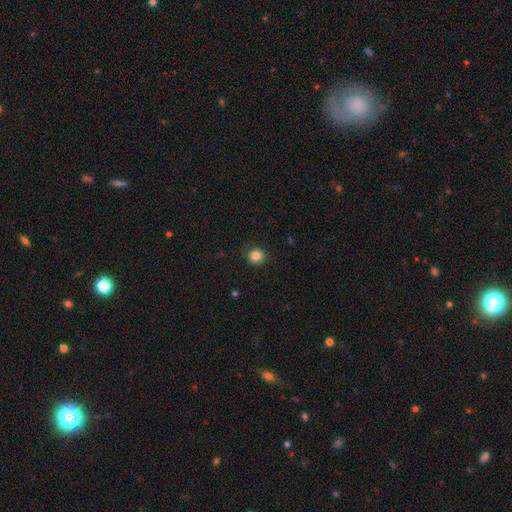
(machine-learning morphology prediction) Smooth or featured? Predicted: smooth (p=0.85). How rounded? Predicted: round (p=0.90). Merging? Predicted: none (p=0.87).